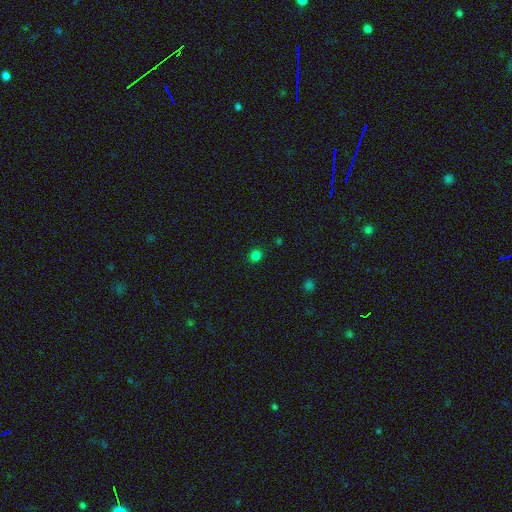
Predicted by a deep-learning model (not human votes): smooth-or-featured: smooth: 79% | star or artifact: 18% | featured or disk: 3%
  how-rounded: round: 82% | in between: 17% | cigar-shaped: 1%
  merging: none: 88% | minor disturbance: 8% | major disturbance: 2% | merger: 2%